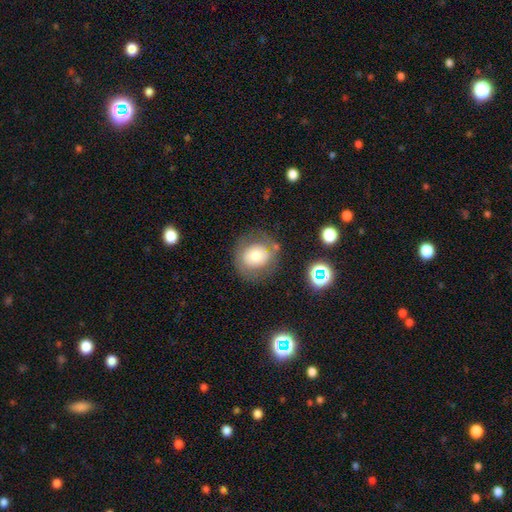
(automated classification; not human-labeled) Overall: smooth (62%; featured or disk 28%). How rounded: round (82%). Merging: none (69%).